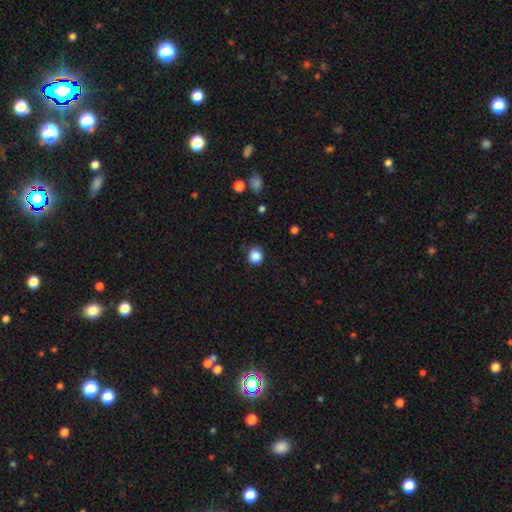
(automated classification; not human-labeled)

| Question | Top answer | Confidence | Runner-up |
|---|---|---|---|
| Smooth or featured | smooth | 86% | star or artifact (11%) |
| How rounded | round | 89% | in between (11%) |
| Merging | none | 86% | minor disturbance (10%) |